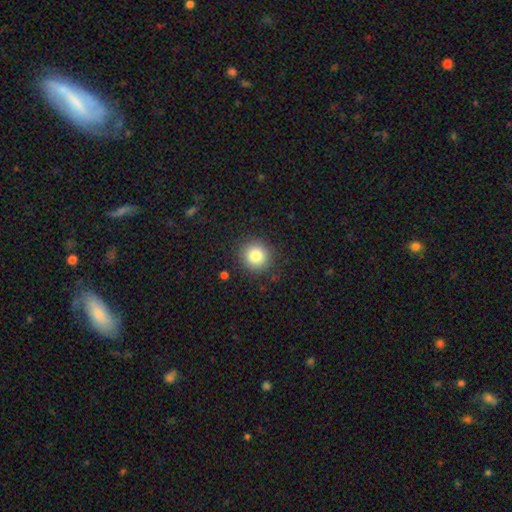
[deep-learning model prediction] Smooth or featured: smooth — 82% (star or artifact — 11%)
How rounded: round — 91% (in between — 8%)
Merging: none — 89% (minor disturbance — 7%)